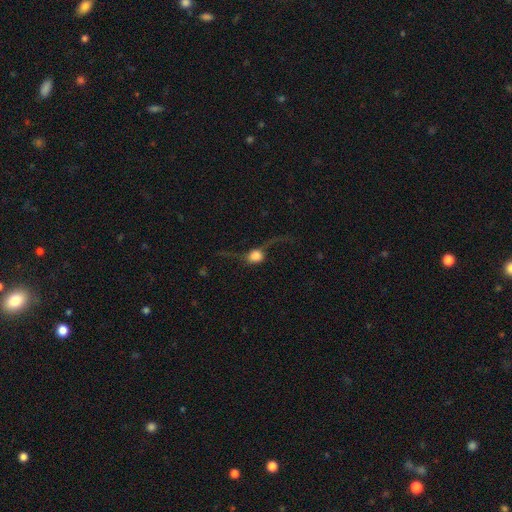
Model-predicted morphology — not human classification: type=smooth (46%); merging=major disturbance (44%).